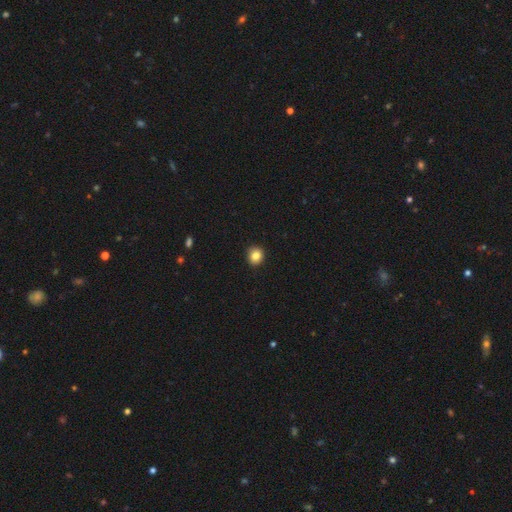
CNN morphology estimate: A smooth galaxy with no disk features (84%) that is round (84%).

Vote fractions:
- Smooth or featured? smooth: 84% / star or artifact: 10% / featured or disk: 6%
- How rounded? round: 84% / in between: 15% / cigar-shaped: 1%
- Merging? none: 91% / minor disturbance: 6% / major disturbance: 1% / merger: 1%